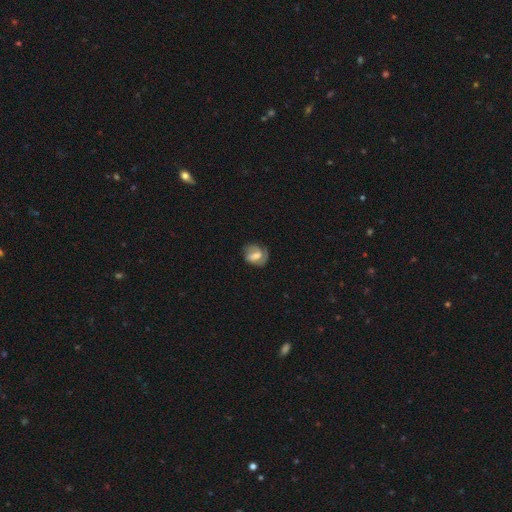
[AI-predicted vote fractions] Smooth or featured?
  - featured or disk: 53% *
  - smooth: 39%
  - star or artifact: 8%
Edge-on disk?
  - no: 96% *
  - yes: 4%
Bar?
  - weak: 44% *
  - no: 29%
  - strong: 27%
Spiral arms?
  - yes: 73% *
  - no: 27%
Bulge size?
  - moderate: 51% *
  - small: 23%
  - large: 17%
  - none: 6%
  - dominant: 2%
Merging?
  - none: 62% *
  - minor disturbance: 24%
  - major disturbance: 12%
  - merger: 2%